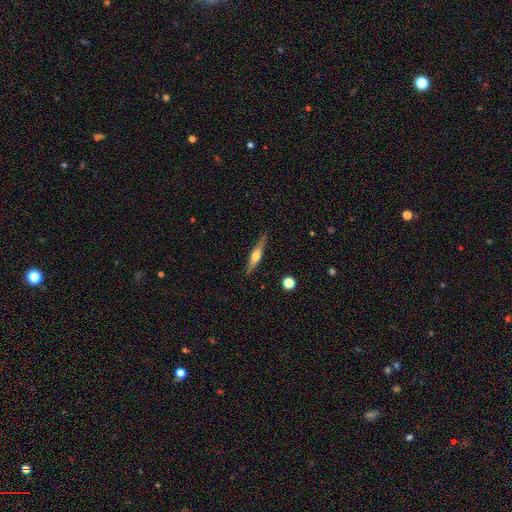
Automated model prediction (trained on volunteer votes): Morphology: type=featured or disk (56%); edge-on=yes (94%); edge-on bulge=rounded (87%); merging=none (85%).